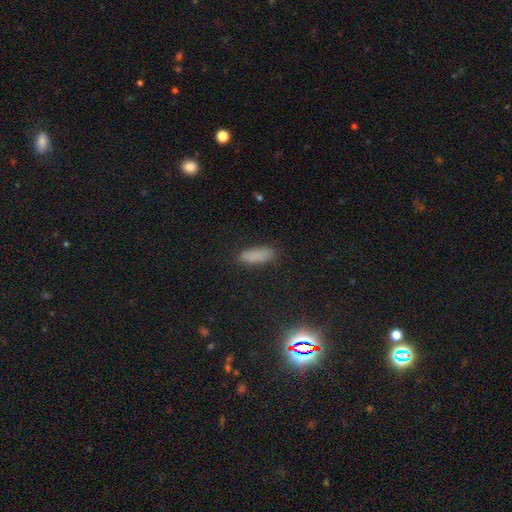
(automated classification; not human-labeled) Overall: smooth (79%). How rounded: in between (54%; cigar-shaped 44%). Merging: none (84%).